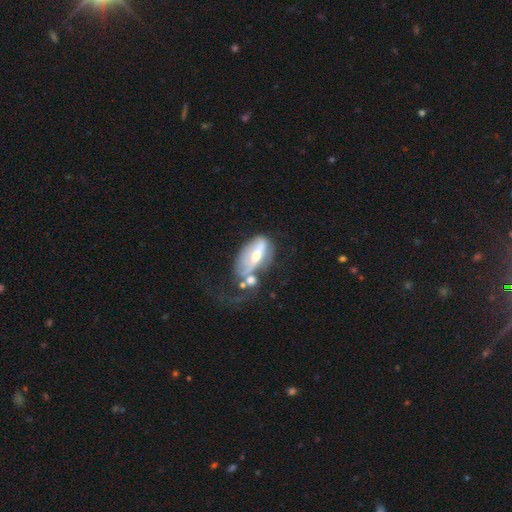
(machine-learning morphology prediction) Smooth or featured?
  - featured or disk: 58% *
  - smooth: 34%
  - star or artifact: 8%
Edge-on disk?
  - no: 81% *
  - yes: 19%
Merging?
  - major disturbance: 33% *
  - merger: 29%
  - none: 21%
  - minor disturbance: 17%